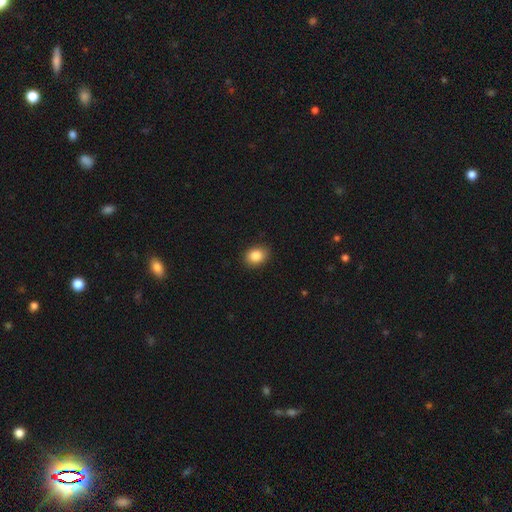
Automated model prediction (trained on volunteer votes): smooth 87%, star or artifact 9%, featured or disk 4%. Down the decision tree: how rounded — in between (57%); merging — none (87%).